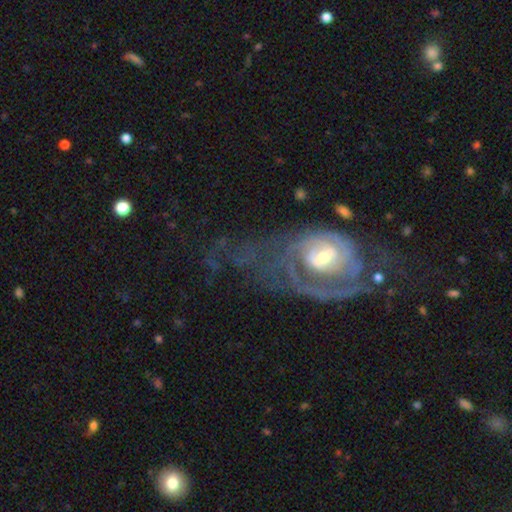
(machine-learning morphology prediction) type=featured or disk (78%); edge-on=no (95%); bar=no (55%); spiral arms=yes (74%); winding=tight (48%); arm count=can't tell (41%); bulge=moderate (59%); merging=major disturbance (44%).